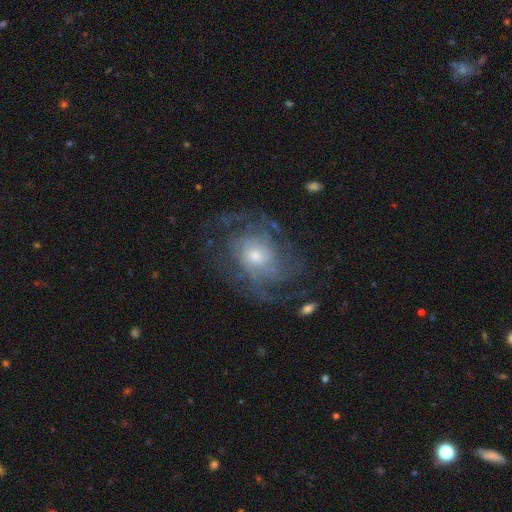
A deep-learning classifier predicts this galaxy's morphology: type=featured or disk (81%); edge-on=no (97%); bar=no (75%); spiral arms=yes (89%); winding=tight (46%); arm count=can't tell (41%); bulge=moderate (49%); merging=none (65%).